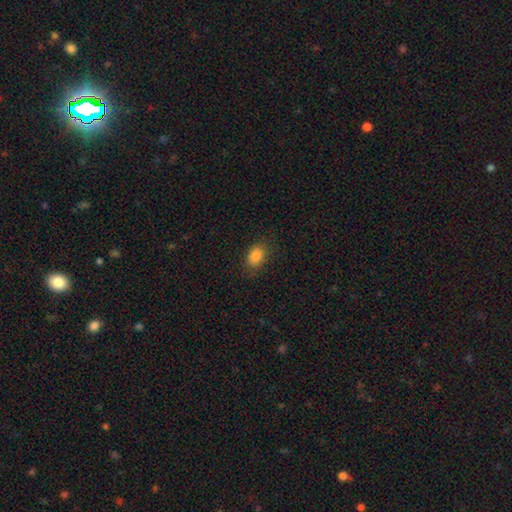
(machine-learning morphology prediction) smooth-or-featured: smooth: 86% | star or artifact: 9% | featured or disk: 5%
  how-rounded: in between: 83% | round: 16% | cigar-shaped: 2%
  merging: none: 83% | minor disturbance: 13% | major disturbance: 4% | merger: 1%